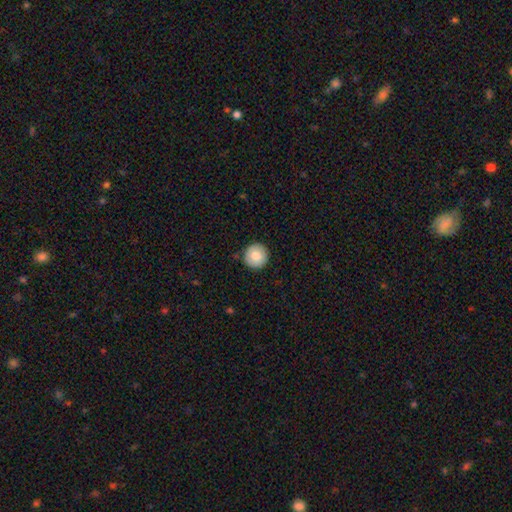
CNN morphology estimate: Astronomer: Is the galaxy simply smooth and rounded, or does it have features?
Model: smooth — 77%.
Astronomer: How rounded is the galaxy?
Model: round — 95%.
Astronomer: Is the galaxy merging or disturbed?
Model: none — 90%.